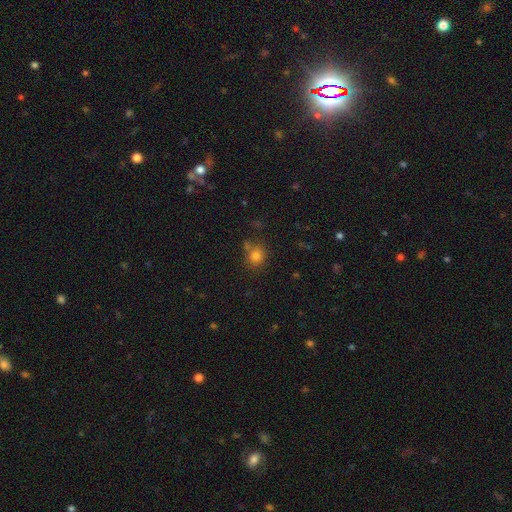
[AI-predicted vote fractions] Overall: smooth (80%). How rounded: round (80%). Merging: none (70%).